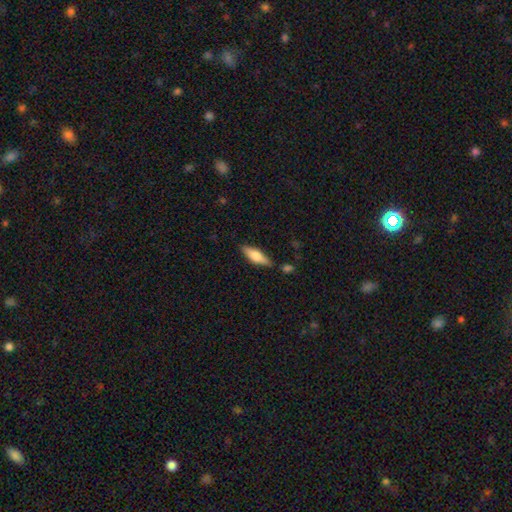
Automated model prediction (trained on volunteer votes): This appears to be a smooth galaxy with no disk features (57%) that is in between round and cigar-shaped (49%). Merging: none (80%).